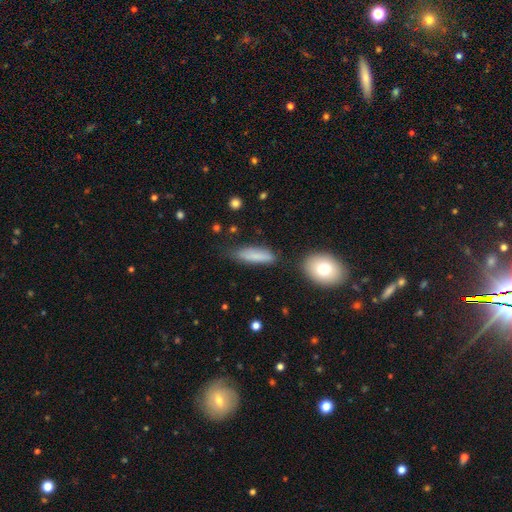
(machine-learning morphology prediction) smooth-or-featured: smooth: 80% | featured or disk: 12% | star or artifact: 8%
  how-rounded: cigar-shaped: 58% | in between: 40% | round: 3%
  merging: none: 69% | minor disturbance: 21% | major disturbance: 5% | merger: 5%